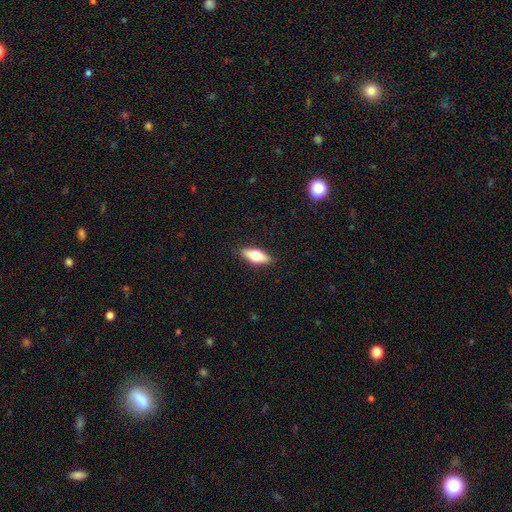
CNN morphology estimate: Smooth or featured? smooth (65%)
How rounded? in between (71%)
Merging? none (89%)